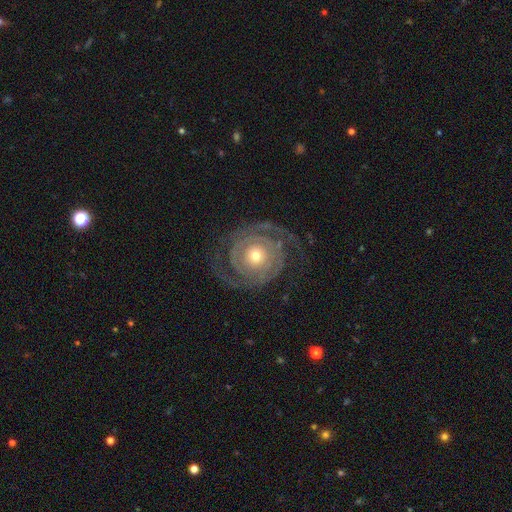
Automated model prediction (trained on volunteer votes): featured or disk 89%, smooth 7%, star or artifact 5%. Down the decision tree: edge-on disk — no (97%); bar — no (81%); spiral arms — yes (96%); spiral arm count — 2 (68%); spiral winding — tight (72%); bulge size — moderate (49%); merging — none (76%).